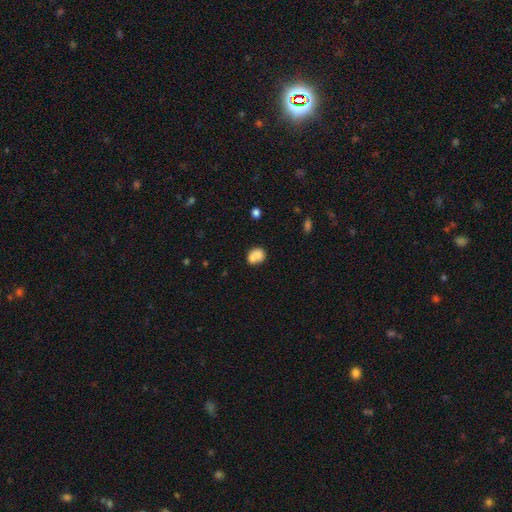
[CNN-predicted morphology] Q: Smooth or featured?
A: smooth (76%); runner-up: featured or disk (15%)
Q: How rounded?
A: round (59%); runner-up: in between (40%)
Q: Merging?
A: merger (50%); runner-up: none (32%)